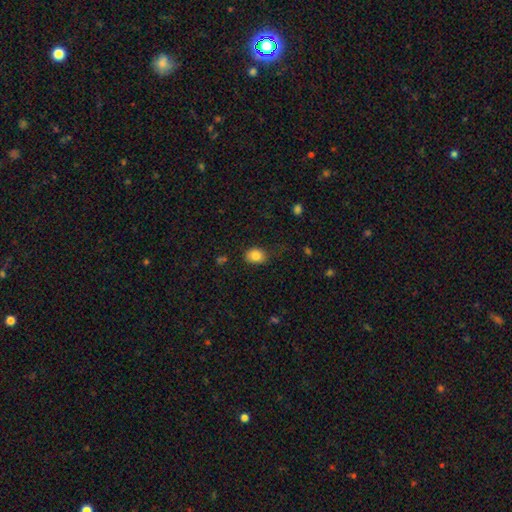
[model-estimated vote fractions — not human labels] Smooth or featured? smooth (83%)
How rounded? in between (58%)
Merging? none (75%)